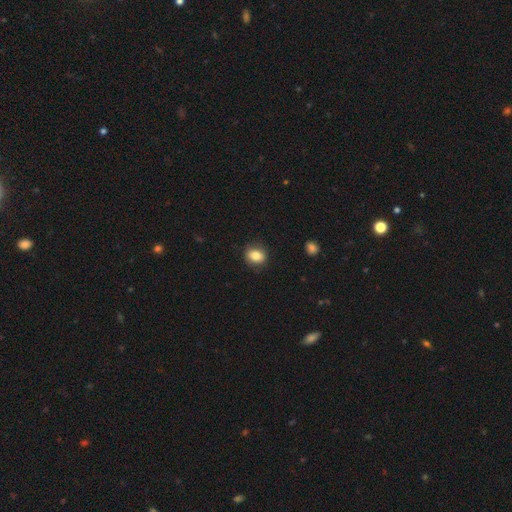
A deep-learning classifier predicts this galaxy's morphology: Overall: smooth (82%). How rounded: round (51%; in between 48%). Merging: none (87%).